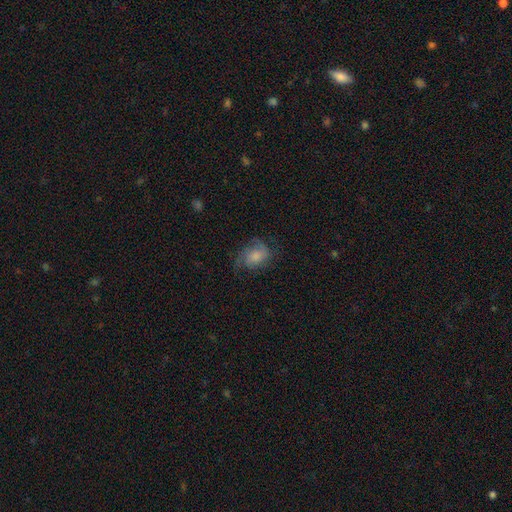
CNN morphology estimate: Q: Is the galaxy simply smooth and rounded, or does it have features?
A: featured or disk — 49%.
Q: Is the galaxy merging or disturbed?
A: none — 57%.